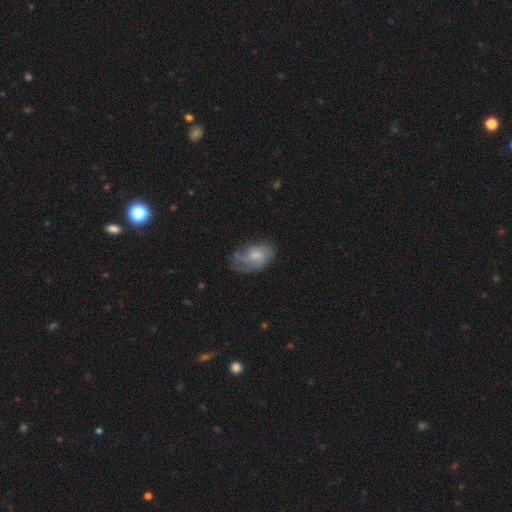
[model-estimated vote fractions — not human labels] This appears to be a featured or disk galaxy (58%) with no bar (63%), spiral arms (81%) and a small central bulge (40%). Merging: none (48%).